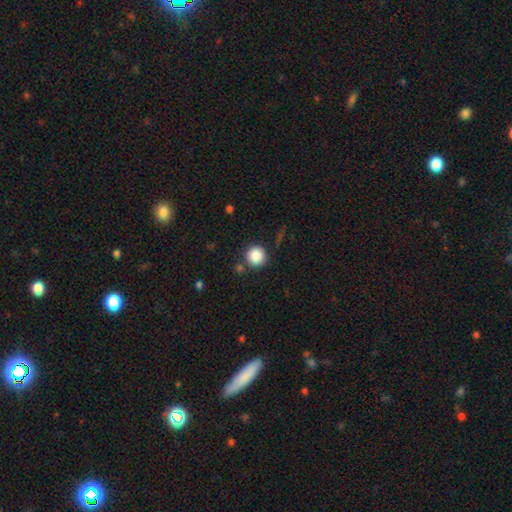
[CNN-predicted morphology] Overall: smooth (86%). How rounded: round (94%). Merging: none (84%).